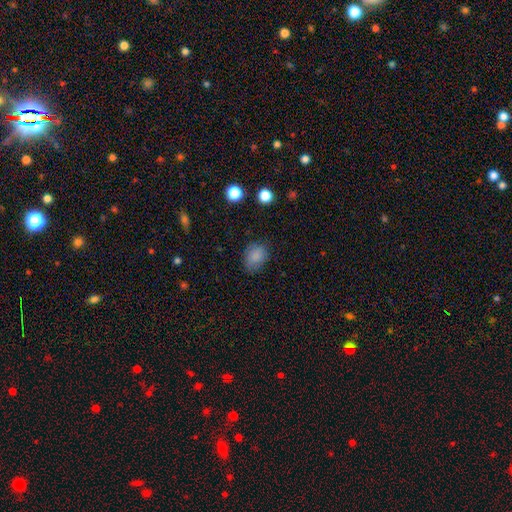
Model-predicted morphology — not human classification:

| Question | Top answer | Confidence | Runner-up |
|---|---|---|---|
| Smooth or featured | smooth | 84% | star or artifact (10%) |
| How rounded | in between | 55% | round (44%) |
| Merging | none | 74% | minor disturbance (20%) |